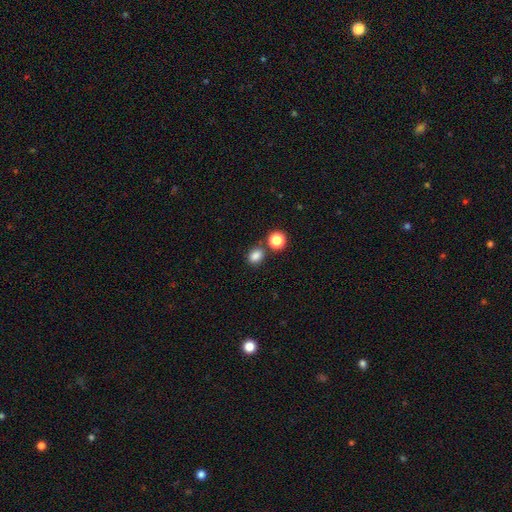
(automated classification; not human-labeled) Smooth or featured?
  - smooth: 83% *
  - star or artifact: 13%
  - featured or disk: 4%
How rounded?
  - in between: 51% *
  - round: 47%
  - cigar-shaped: 1%
Merging?
  - none: 72% *
  - merger: 14%
  - minor disturbance: 10%
  - major disturbance: 3%